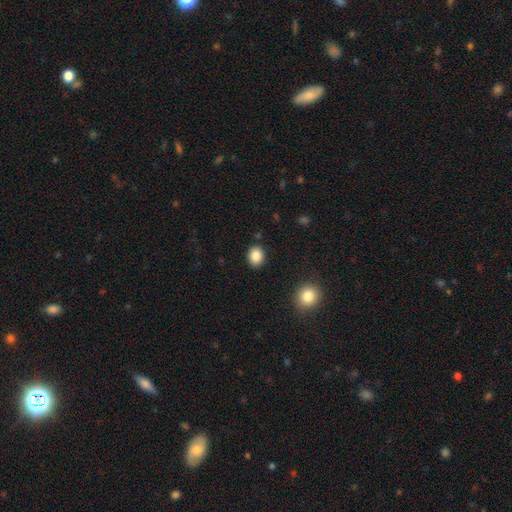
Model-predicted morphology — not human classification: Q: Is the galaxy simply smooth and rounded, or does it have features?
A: smooth — 87%.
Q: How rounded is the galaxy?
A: round — 57%.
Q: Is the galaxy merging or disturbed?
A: none — 88%.